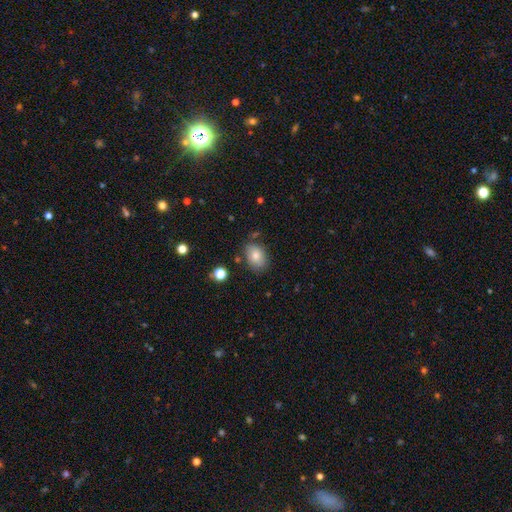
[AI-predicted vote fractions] A smooth galaxy with no disk features (80%) that is in between round and cigar-shaped (80%).

Vote fractions:
- Smooth or featured? smooth: 80% / featured or disk: 11% / star or artifact: 8%
- How rounded? in between: 80% / round: 19% / cigar-shaped: 1%
- Merging? none: 77% / minor disturbance: 16% / major disturbance: 4% / merger: 4%